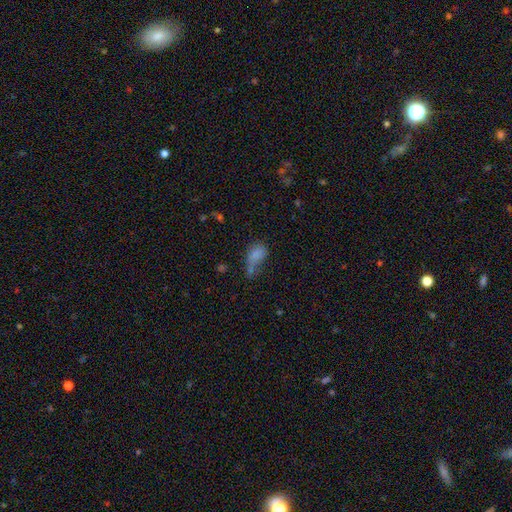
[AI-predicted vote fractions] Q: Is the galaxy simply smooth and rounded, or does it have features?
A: smooth — 75%.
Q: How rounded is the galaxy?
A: in between — 81%.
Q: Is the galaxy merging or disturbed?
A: merger — 31%.